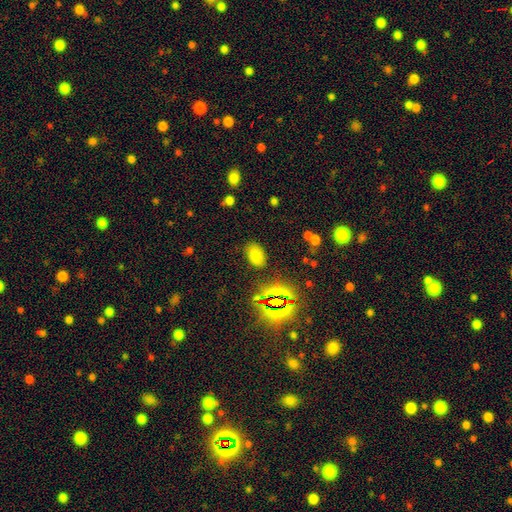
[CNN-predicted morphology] type=smooth (72%); roundness=in between (89%); merging=none (82%).